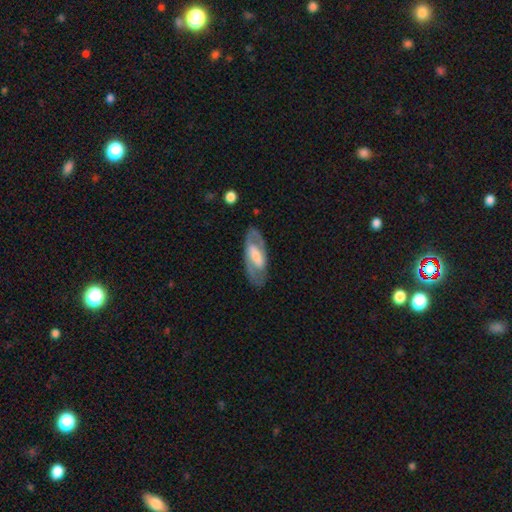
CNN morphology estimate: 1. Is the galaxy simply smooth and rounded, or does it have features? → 73% featured or disk, 23% smooth, 5% star or artifact.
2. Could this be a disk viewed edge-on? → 91% no, 9% yes.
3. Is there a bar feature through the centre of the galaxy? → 47% strong, 35% weak, 18% no.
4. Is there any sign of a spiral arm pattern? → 73% yes, 27% no.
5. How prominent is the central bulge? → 42% moderate, 30% small, 20% large, 6% none, 2% dominant.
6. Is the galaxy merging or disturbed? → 82% none, 11% minor disturbance, 5% major disturbance, 1% merger.